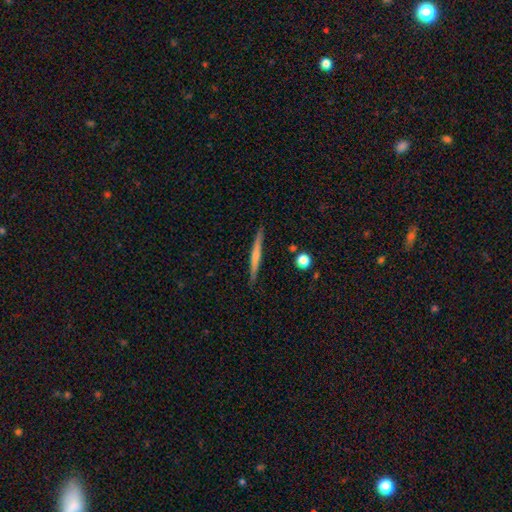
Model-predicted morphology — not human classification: The model was most divided on "smooth or featured": featured or disk: 50%, smooth: 44%, star or artifact: 6%. More confident: edge-on disk — yes (97%); merging — none (89%).